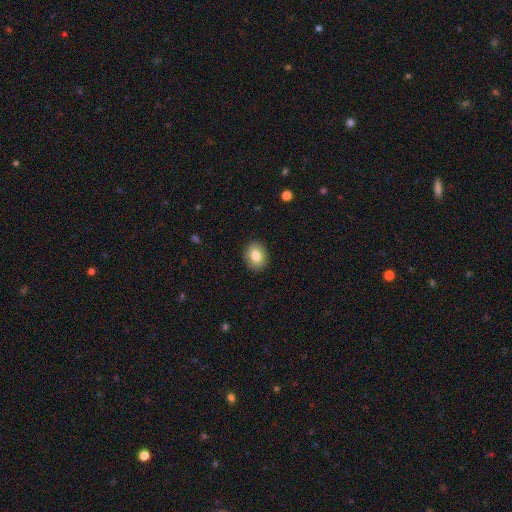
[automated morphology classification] smooth-or-featured: smooth: 82% | featured or disk: 10% | star or artifact: 8%
  how-rounded: in between: 52% | round: 47% | cigar-shaped: 1%
  merging: none: 89% | minor disturbance: 8% | major disturbance: 2% | merger: 1%